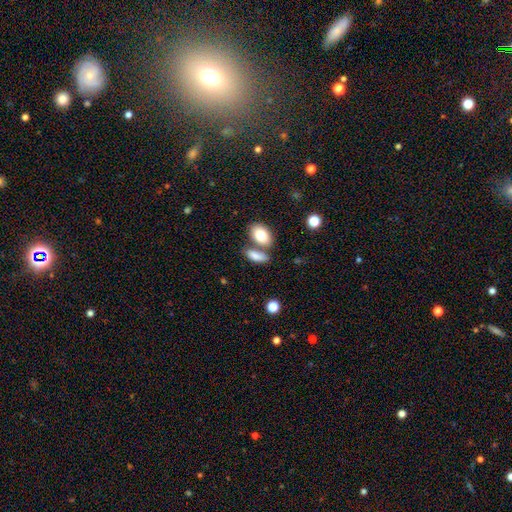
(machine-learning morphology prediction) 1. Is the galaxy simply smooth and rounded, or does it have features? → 82% smooth, 11% featured or disk, 7% star or artifact.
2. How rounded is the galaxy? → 81% in between, 12% cigar-shaped, 7% round.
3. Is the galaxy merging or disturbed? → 51% none, 33% merger, 12% minor disturbance, 4% major disturbance.